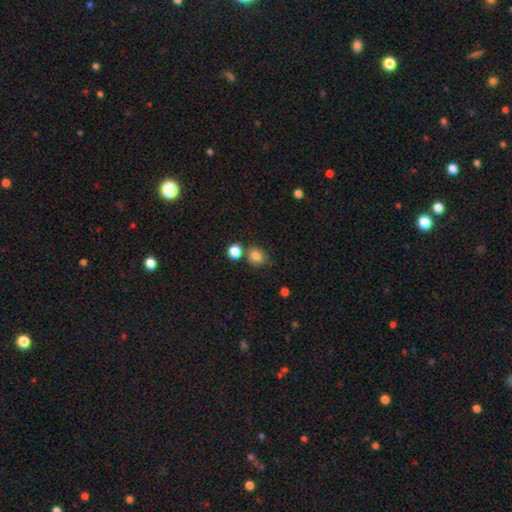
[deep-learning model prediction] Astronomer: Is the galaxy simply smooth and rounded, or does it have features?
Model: smooth — 83%.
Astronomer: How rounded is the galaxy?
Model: round — 63%.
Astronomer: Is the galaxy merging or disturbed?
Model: none — 67%.